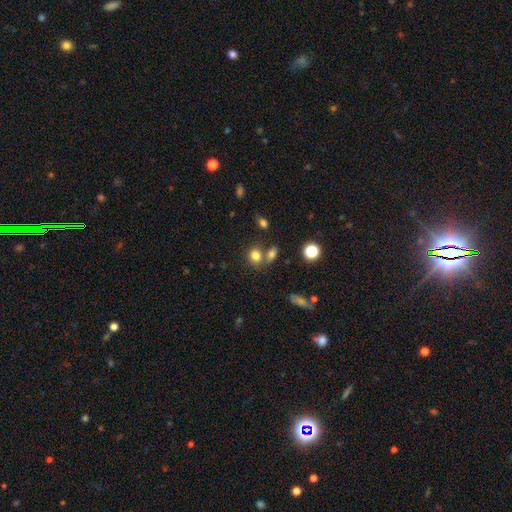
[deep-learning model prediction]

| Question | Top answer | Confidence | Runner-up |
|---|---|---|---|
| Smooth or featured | smooth | 78% | star or artifact (14%) |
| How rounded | round | 67% | in between (32%) |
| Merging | none | 57% | merger (28%) |